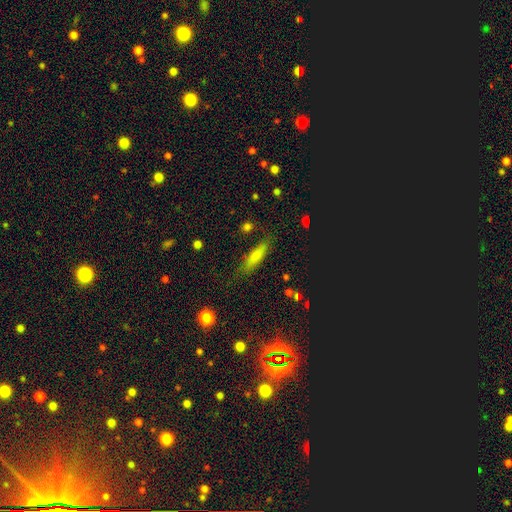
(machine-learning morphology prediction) smooth_or_featured: smooth (p=0.64) [alt: featured or disk p=0.24]
how_rounded: cigar-shaped (p=0.68) [alt: in between p=0.29]
merging: none (p=0.79) [alt: minor disturbance p=0.15]